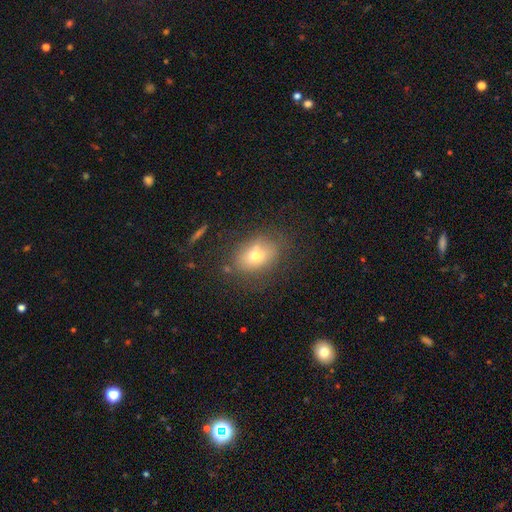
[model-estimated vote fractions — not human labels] This is likely a smooth galaxy (69%). How rounded: likely in between (69%). Merging: likely none (71%).